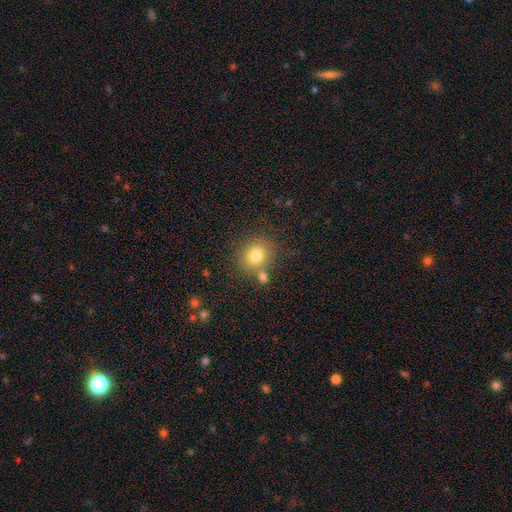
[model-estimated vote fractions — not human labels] A smooth galaxy with no disk features (78%) that is round (75%).

Vote fractions:
- Smooth or featured? smooth: 78% / star or artifact: 12% / featured or disk: 10%
- How rounded? round: 75% / in between: 24% / cigar-shaped: 1%
- Merging? none: 69% / merger: 15% / minor disturbance: 12% / major disturbance: 4%